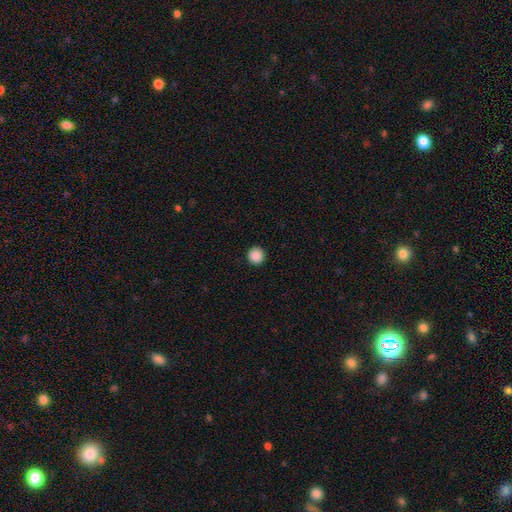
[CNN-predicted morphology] A smooth galaxy with no disk features (88%) that is round (96%). Merging: none (94%).